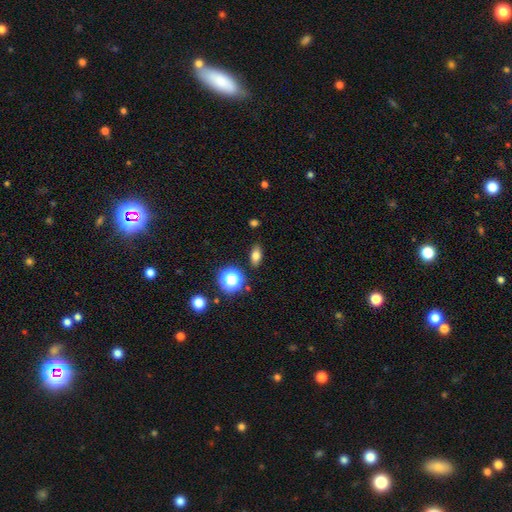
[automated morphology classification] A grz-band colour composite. It shows a smooth galaxy with no disk features (77%) that is in between round and cigar-shaped (81%). Merging: none (86%).